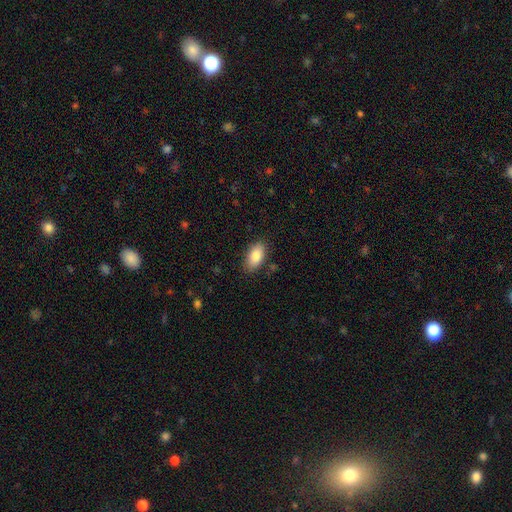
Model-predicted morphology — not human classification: smooth-or-featured: smooth: 84% | featured or disk: 10% | star or artifact: 7%
  how-rounded: in between: 92% | cigar-shaped: 4% | round: 4%
  merging: none: 85% | minor disturbance: 11% | major disturbance: 2% | merger: 1%